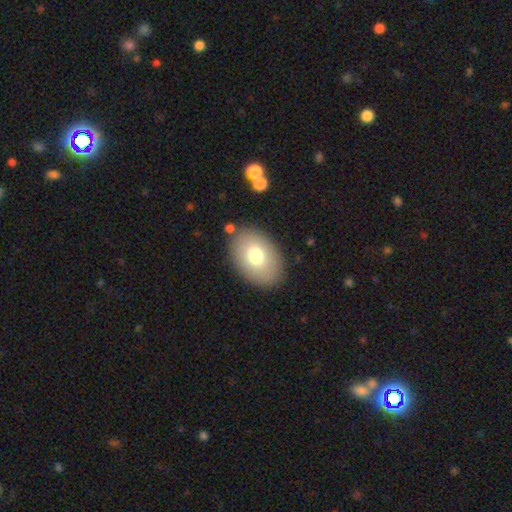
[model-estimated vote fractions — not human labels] Smooth or featured? Predicted: smooth (p=0.75). How rounded? Predicted: in between (p=0.85). Merging? Predicted: none (p=0.86).